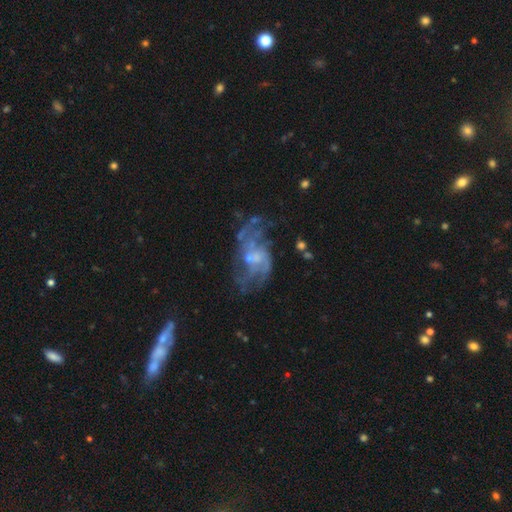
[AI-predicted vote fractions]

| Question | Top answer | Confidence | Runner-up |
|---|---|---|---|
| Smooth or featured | featured or disk | 78% | star or artifact (11%) |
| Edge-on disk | no | 96% | yes (4%) |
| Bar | no | 51% | weak (41%) |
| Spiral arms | yes | 78% | no (22%) |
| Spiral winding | loose | 45% | medium (38%) |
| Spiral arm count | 2 | 37% | can't tell (34%) |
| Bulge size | small | 55% | moderate (25%) |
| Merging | none | 48% | major disturbance (27%) |